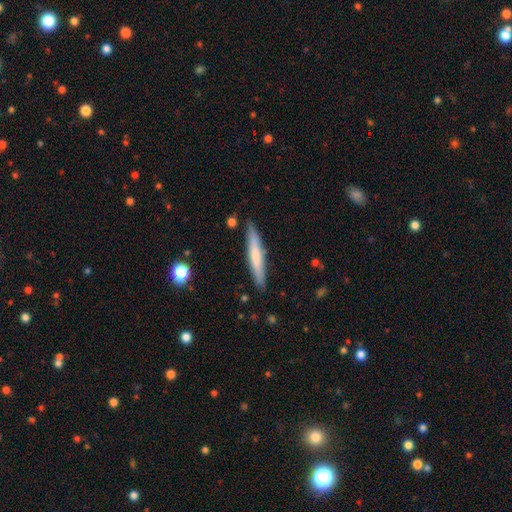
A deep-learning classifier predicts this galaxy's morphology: Smooth or featured? Predicted: smooth (p=0.63). How rounded? Predicted: cigar-shaped (p=0.94). Merging? Predicted: none (p=0.87).